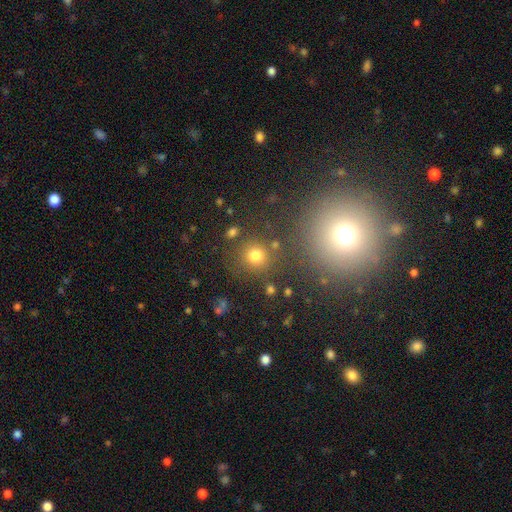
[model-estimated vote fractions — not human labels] Overall: smooth (76%). How rounded: round (89%). Merging: none (77%).